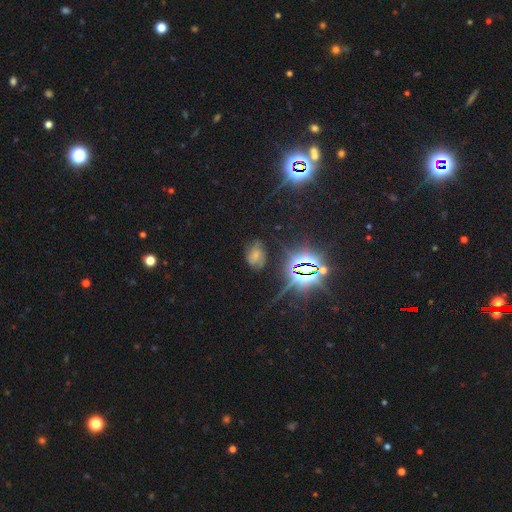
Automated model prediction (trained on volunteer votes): A star or artifact, not a galaxy (36%).

Vote fractions:
- Smooth or featured? star or artifact: 36% / smooth: 34% / featured or disk: 30%